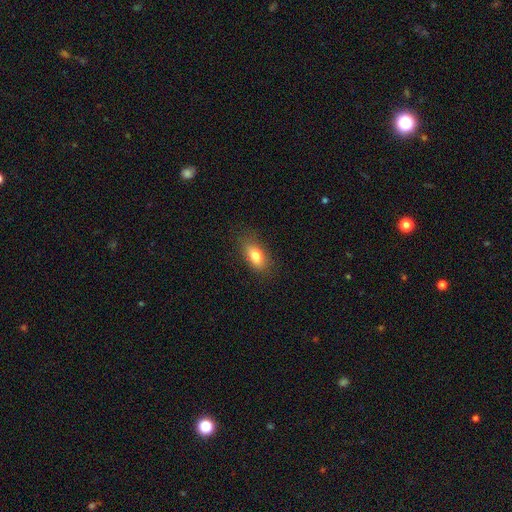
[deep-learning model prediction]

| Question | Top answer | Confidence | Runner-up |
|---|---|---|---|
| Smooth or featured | smooth | 79% | featured or disk (12%) |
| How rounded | in between | 85% | round (9%) |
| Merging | none | 78% | minor disturbance (16%) |